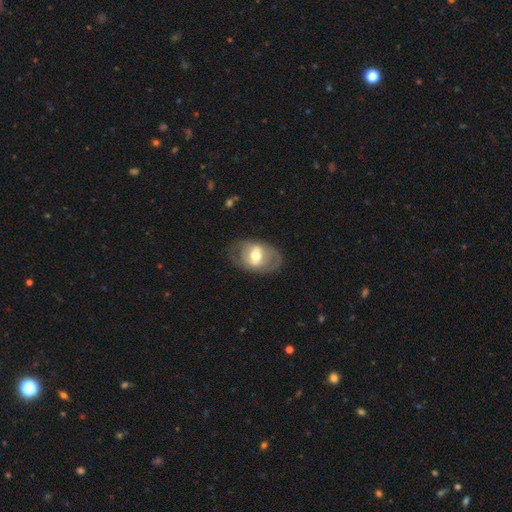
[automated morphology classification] Smooth or featured? featured or disk (56%)
Edge-on disk? no (90%)
Bar? weak (38%)
Spiral arms? no (66%)
Bulge size? moderate (64%)
Merging? none (73%)